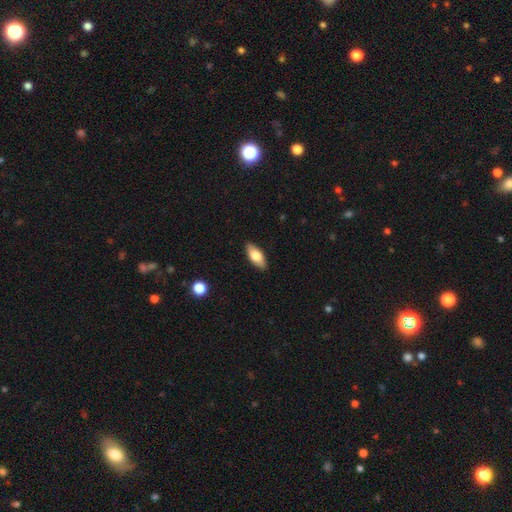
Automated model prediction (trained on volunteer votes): This appears to be a smooth galaxy with no disk features (74%) that is in between round and cigar-shaped (84%). Merging: none (88%).